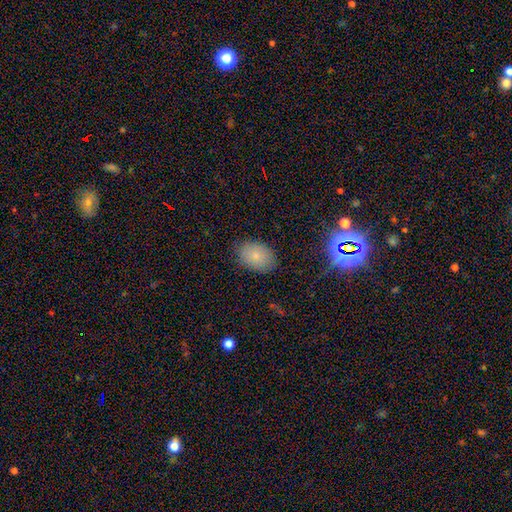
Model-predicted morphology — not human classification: smooth 79%, star or artifact 12%, featured or disk 10%. Down the decision tree: how rounded — in between (80%); merging — none (84%).